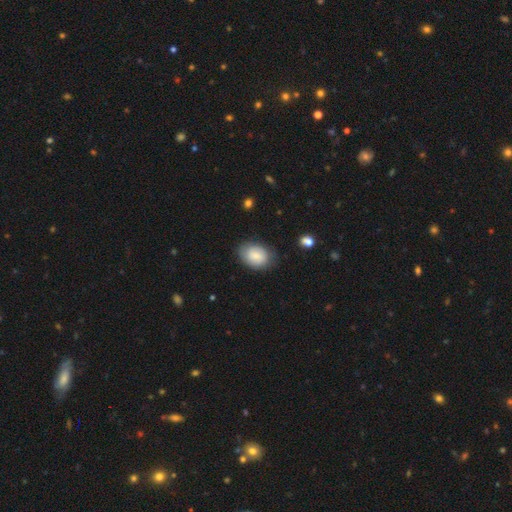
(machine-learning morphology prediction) Smooth or featured?
  - smooth: 71% *
  - featured or disk: 22%
  - star or artifact: 7%
How rounded?
  - in between: 74% *
  - round: 25%
  - cigar-shaped: 1%
Merging?
  - none: 76% *
  - minor disturbance: 18%
  - major disturbance: 5%
  - merger: 2%